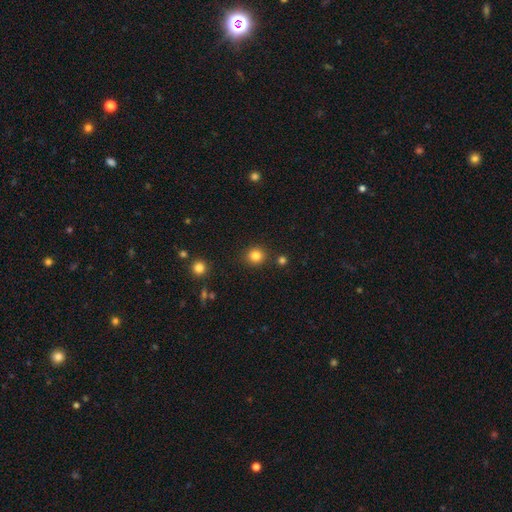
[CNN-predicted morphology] A smooth galaxy with no disk features (83%) that is round (90%). Merging: none (88%).